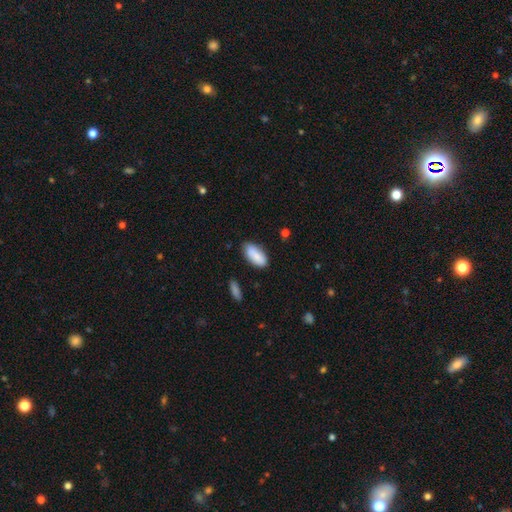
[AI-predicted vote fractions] Overall: smooth (86%). How rounded: in between (88%). Merging: none (77%).